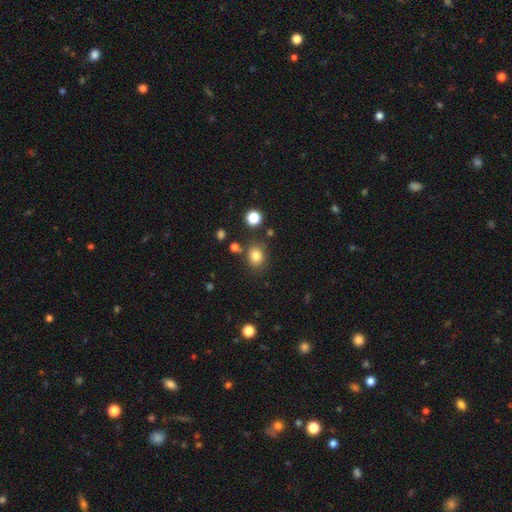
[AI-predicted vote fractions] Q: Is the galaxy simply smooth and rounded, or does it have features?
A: smooth — 82%.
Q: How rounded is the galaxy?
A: round — 64%.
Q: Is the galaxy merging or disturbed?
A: none — 78%.